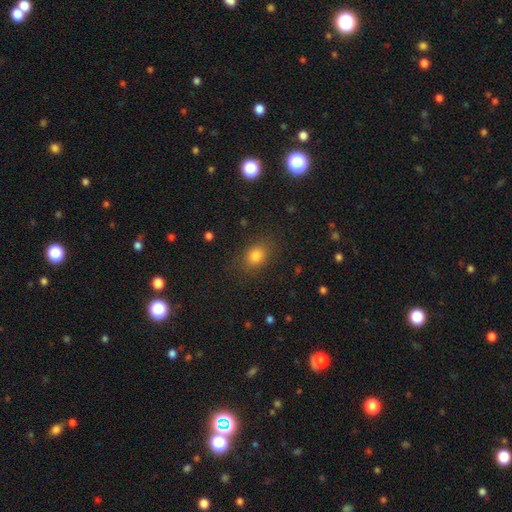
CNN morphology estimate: This appears to be a smooth galaxy with no disk features (80%) that is in between round and cigar-shaped (56%). Merging: none (83%).